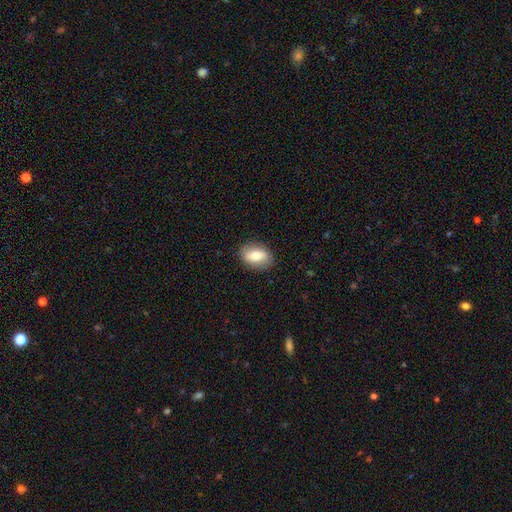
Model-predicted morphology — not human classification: Smooth or featured? Predicted: smooth (p=0.72). How rounded? Predicted: in between (p=0.80). Merging? Predicted: none (p=0.87).